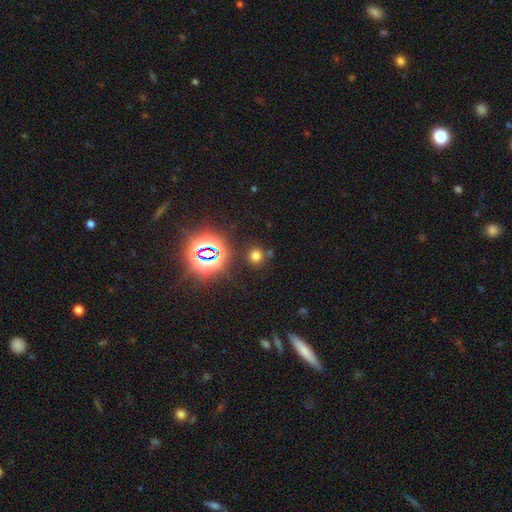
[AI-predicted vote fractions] Overall: smooth (64%; star or artifact 30%). How rounded: round (87%). Merging: none (81%).